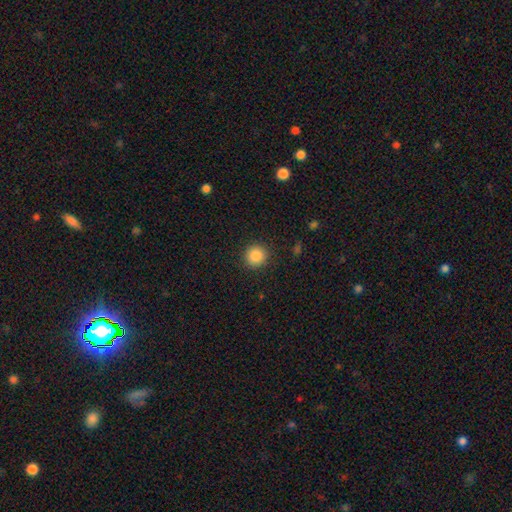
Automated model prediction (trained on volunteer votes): smooth_or_featured: smooth (p=0.86) [alt: star or artifact p=0.10]
how_rounded: round (p=0.92) [alt: in between p=0.07]
merging: none (p=0.91) [alt: minor disturbance p=0.06]